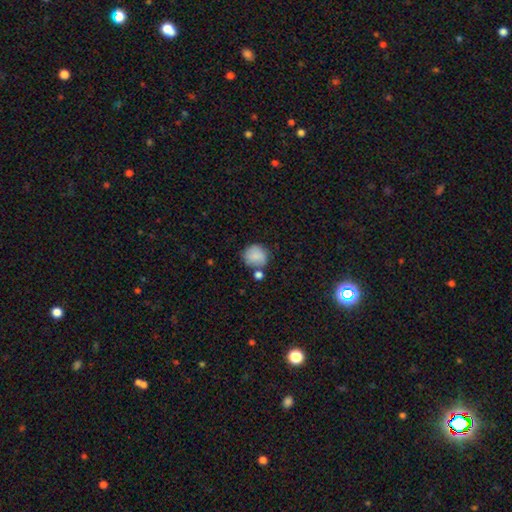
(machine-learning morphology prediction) Smooth or featured: smooth — 84% (star or artifact — 8%)
How rounded: round — 86% (in between — 14%)
Merging: none — 63% (minor disturbance — 16%)